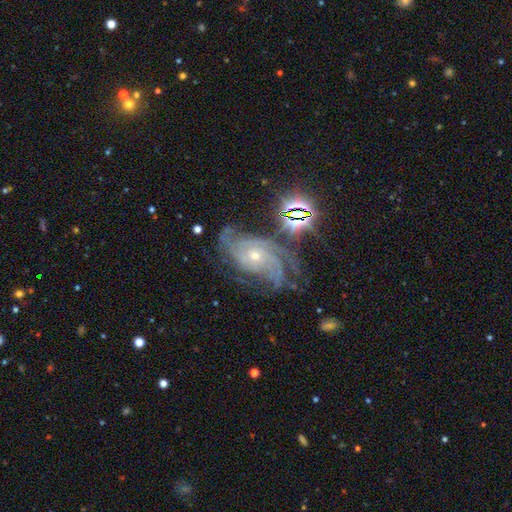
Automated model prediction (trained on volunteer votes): smooth-or-featured: featured or disk: 82% | star or artifact: 13% | smooth: 5%
  disk-edge-on: no: 96% | yes: 4%
    bar: no: 75% | weak: 19% | strong: 6%
    has-spiral-arms: yes: 97% | no: 3%
      spiral-winding: tight: 58% | medium: 33% | loose: 9%
      spiral-arm-count: can't tell: 26% | 3: 23% | 4: 22% | 2: 13% | more than 4: 10% | 1: 7%
    bulge-size: small: 64% | moderate: 33% | large: 1% | none: 1% | dominant: 1%
  merging: none: 60% | minor disturbance: 22% | major disturbance: 14% | merger: 4%